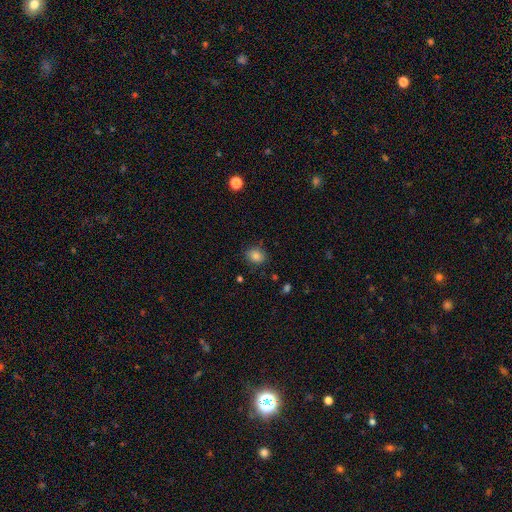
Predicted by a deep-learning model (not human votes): This appears to be a smooth galaxy with no disk features (83%) that is round (58%). Merging: none (83%).